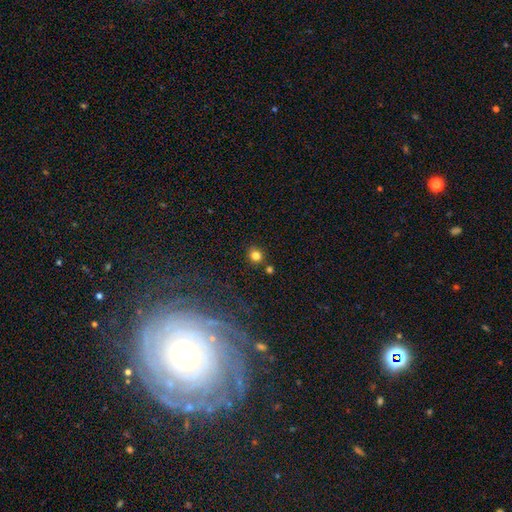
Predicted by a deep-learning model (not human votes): smooth 79%, star or artifact 14%, featured or disk 7%. Down the decision tree: how rounded — round (79%); merging — none (81%).